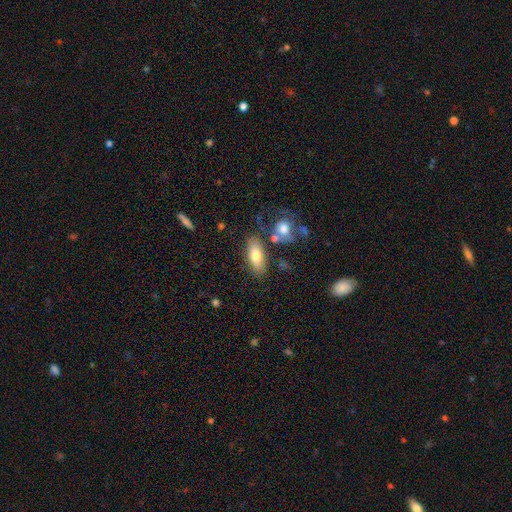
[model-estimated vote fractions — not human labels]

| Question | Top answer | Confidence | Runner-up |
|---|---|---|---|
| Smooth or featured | smooth | 74% | featured or disk (19%) |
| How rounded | in between | 79% | cigar-shaped (17%) |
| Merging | none | 74% | minor disturbance (13%) |